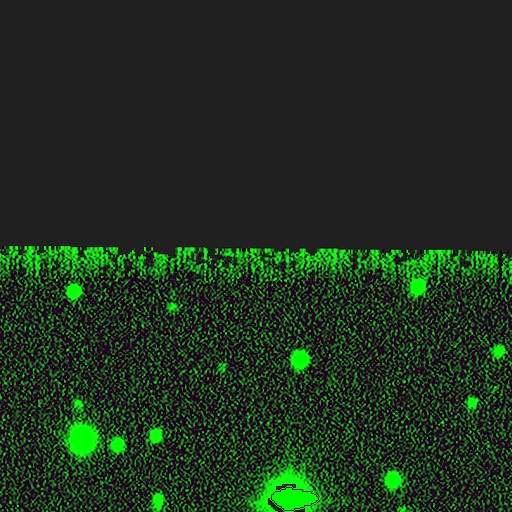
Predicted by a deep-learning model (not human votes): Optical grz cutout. It shows a star or artifact, not a galaxy (83%).